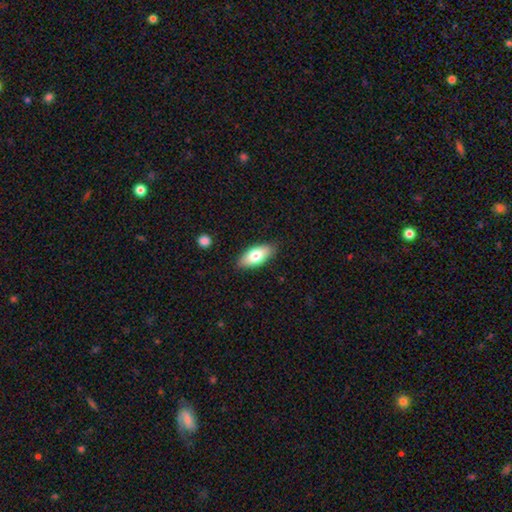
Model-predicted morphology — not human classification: The model was most divided on "smooth or featured": smooth: 73%, featured or disk: 20%, star or artifact: 6%. More confident: merging — none (87%); how rounded — in between (86%).